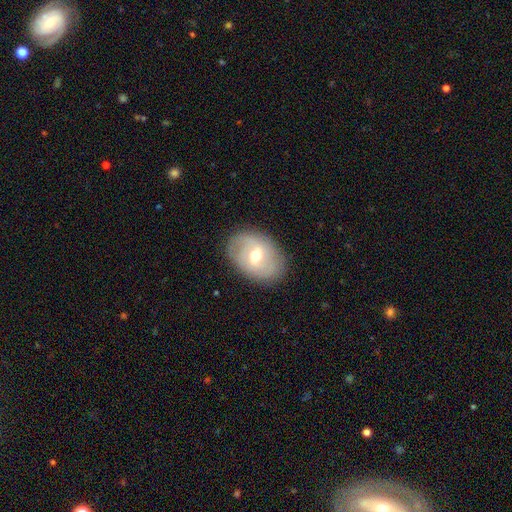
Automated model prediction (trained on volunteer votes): Overall: featured or disk (51%; smooth 41%). Edge-on disk: no (92%). Merging: none (83%).